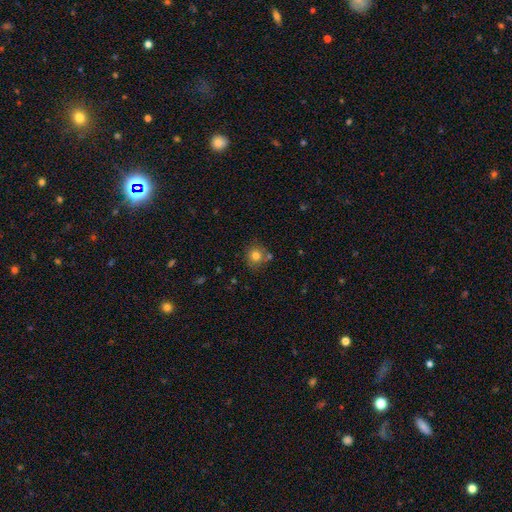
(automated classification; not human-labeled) Overall: smooth (78%). How rounded: round (89%). Merging: none (71%).